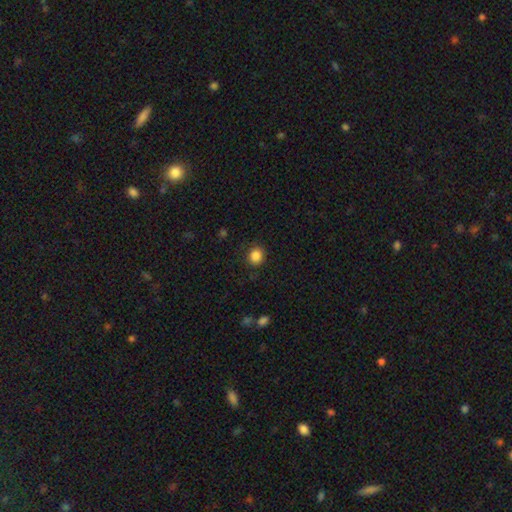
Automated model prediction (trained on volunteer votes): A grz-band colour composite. It shows a smooth galaxy with no disk features (86%) that is round (81%). Merging: none (87%).